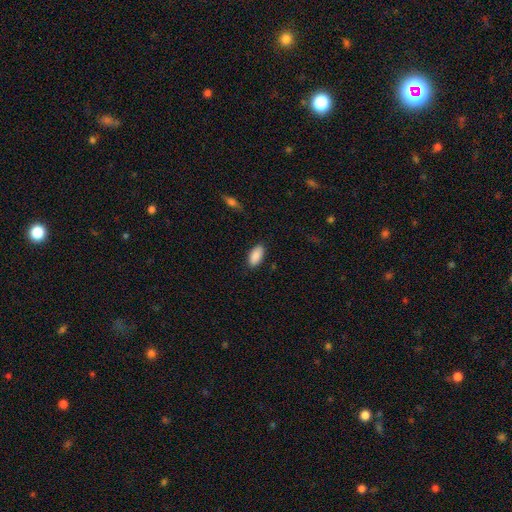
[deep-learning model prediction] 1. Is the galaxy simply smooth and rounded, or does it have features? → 90% smooth, 6% star or artifact, 4% featured or disk.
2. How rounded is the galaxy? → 92% in between, 6% cigar-shaped, 2% round.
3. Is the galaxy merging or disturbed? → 87% none, 10% minor disturbance, 2% major disturbance, 1% merger.